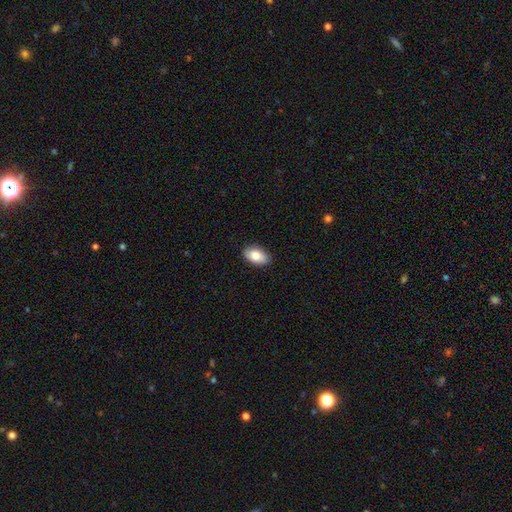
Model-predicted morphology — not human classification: Q: Smooth or featured?
A: smooth (84%); runner-up: featured or disk (9%)
Q: How rounded?
A: in between (93%); runner-up: round (5%)
Q: Merging?
A: none (88%); runner-up: minor disturbance (10%)